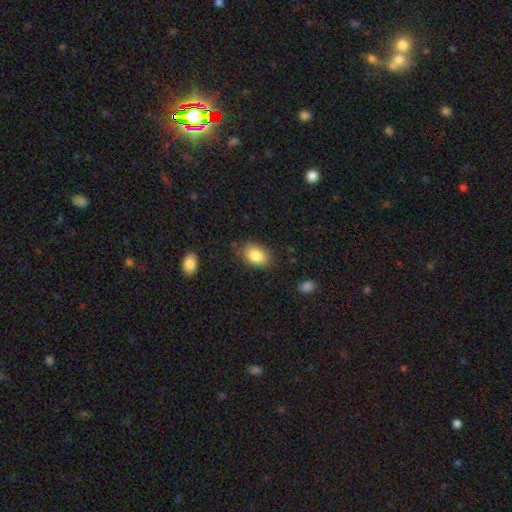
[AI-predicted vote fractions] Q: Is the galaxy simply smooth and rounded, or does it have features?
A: smooth — 84%.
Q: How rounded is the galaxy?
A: in between — 85%.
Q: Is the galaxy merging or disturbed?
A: none — 77%.